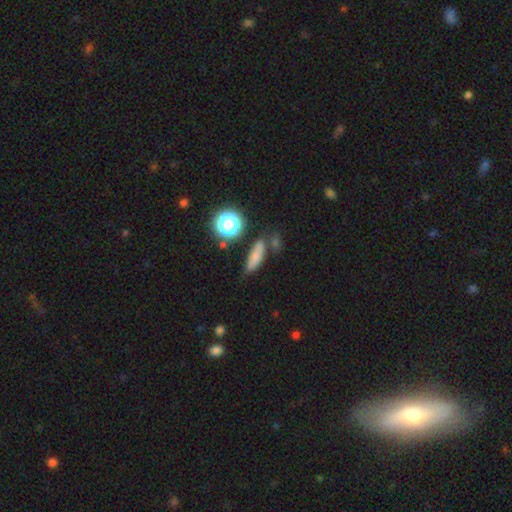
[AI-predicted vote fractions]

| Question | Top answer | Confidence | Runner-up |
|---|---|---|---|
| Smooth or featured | smooth | 71% | star or artifact (15%) |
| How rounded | in between | 46% | cigar-shaped (40%) |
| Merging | none | 68% | minor disturbance (17%) |